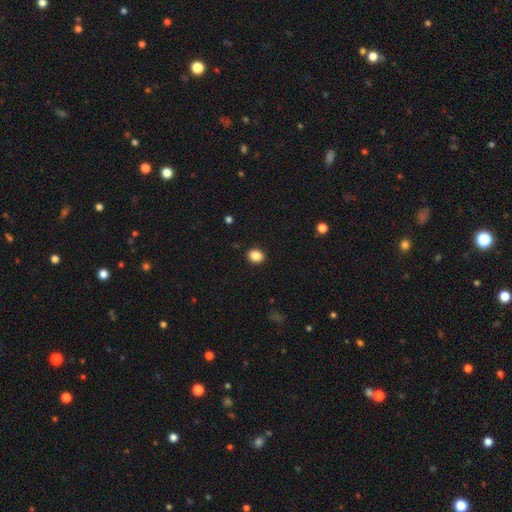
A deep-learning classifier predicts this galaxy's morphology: A smooth galaxy with no disk features (87%) that is round (58%).

Vote fractions:
- Smooth or featured? smooth: 87% / star or artifact: 10% / featured or disk: 4%
- How rounded? round: 58% / in between: 41% / cigar-shaped: 1%
- Merging? none: 91% / minor disturbance: 6% / major disturbance: 2% / merger: 1%